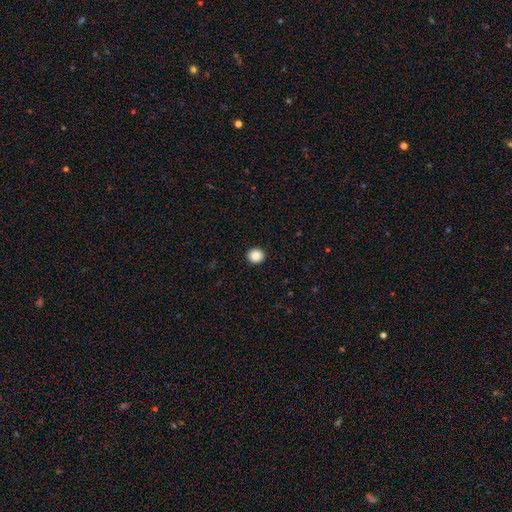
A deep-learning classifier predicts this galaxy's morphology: This appears to be a smooth galaxy with no disk features (88%) that is round (88%). Merging: none (93%).